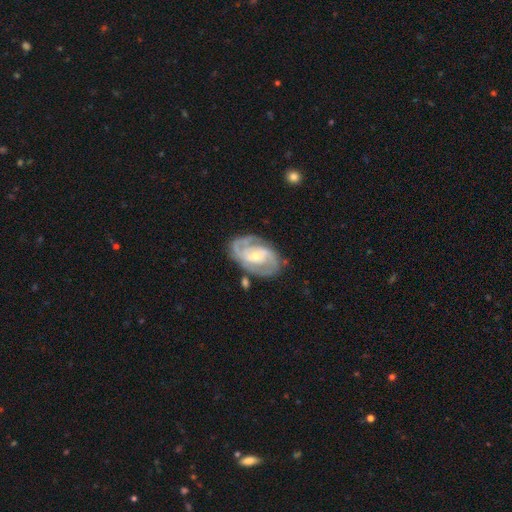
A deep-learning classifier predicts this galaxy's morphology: Q: Smooth or featured?
A: featured or disk (88%); runner-up: smooth (7%)
Q: Edge-on disk?
A: no (97%); runner-up: yes (3%)
Q: Bar?
A: weak (43%); runner-up: no (40%)
Q: Spiral arms?
A: yes (97%); runner-up: no (3%)
Q: Spiral winding?
A: tight (47%); runner-up: medium (43%)
Q: Spiral arm count?
A: 2 (62%); runner-up: 3 (19%)
Q: Bulge size?
A: small (55%); runner-up: moderate (41%)
Q: Merging?
A: none (74%); runner-up: minor disturbance (17%)